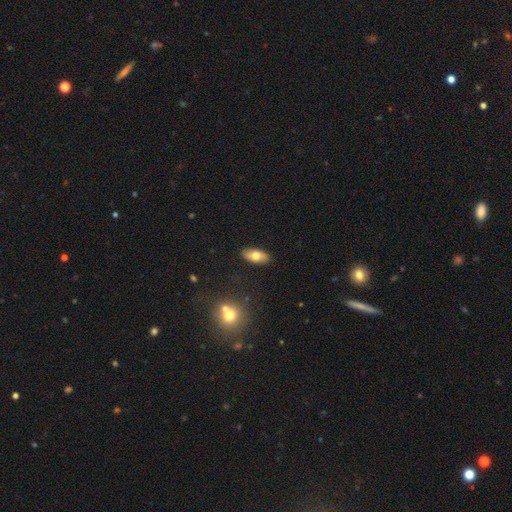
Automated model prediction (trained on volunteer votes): Smooth or featured? smooth (71%)
How rounded? in between (90%)
Merging? none (88%)